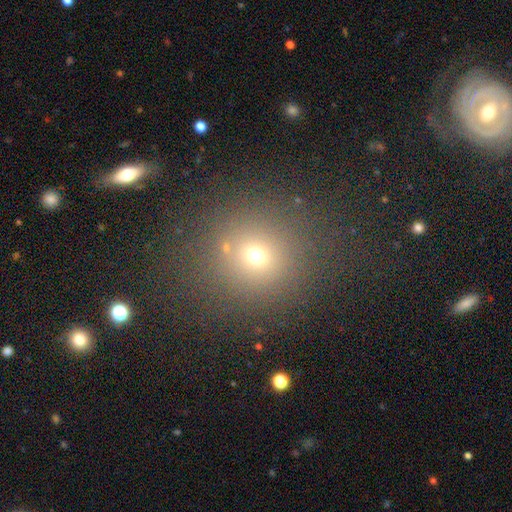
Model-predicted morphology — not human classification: smooth_or_featured: smooth (p=0.66) [alt: star or artifact p=0.24]
how_rounded: round (p=0.89) [alt: in between p=0.10]
merging: none (p=0.82) [alt: minor disturbance p=0.09]